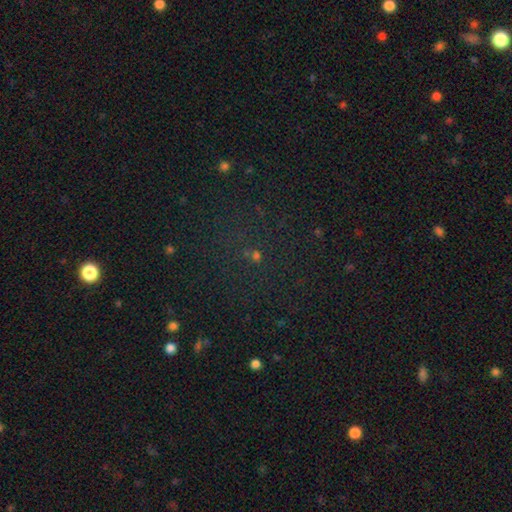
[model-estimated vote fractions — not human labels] Morphology: type=star or artifact (58%).